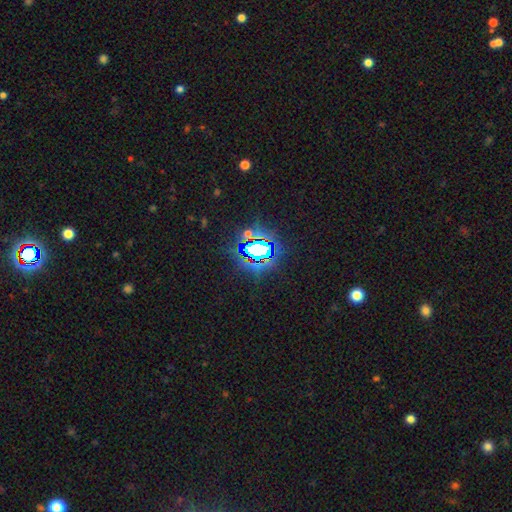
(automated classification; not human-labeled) Smooth or featured?
  - star or artifact: 82% *
  - smooth: 11%
  - featured or disk: 7%